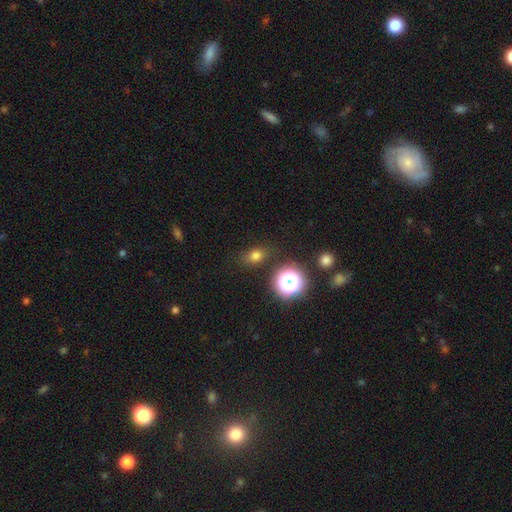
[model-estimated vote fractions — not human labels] smooth_or_featured: smooth (p=0.73) [alt: star or artifact p=0.19]
how_rounded: in between (p=0.64) [alt: round p=0.34]
merging: none (p=0.84) [alt: minor disturbance p=0.10]